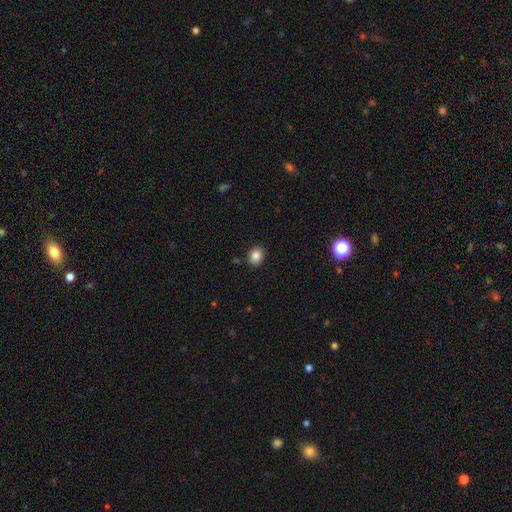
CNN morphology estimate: Q: Smooth or featured?
A: smooth (85%); runner-up: star or artifact (10%)
Q: How rounded?
A: in between (53%); runner-up: round (46%)
Q: Merging?
A: none (87%); runner-up: minor disturbance (9%)